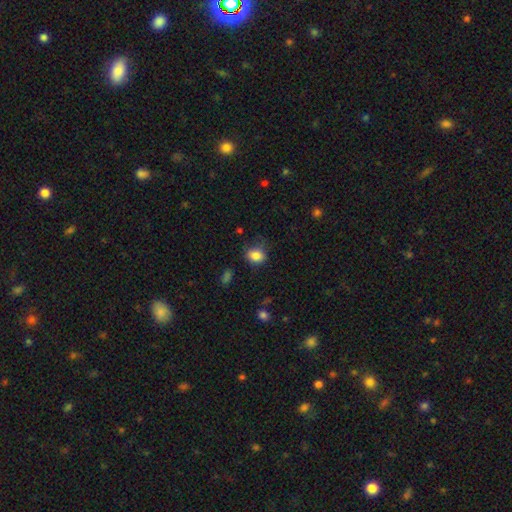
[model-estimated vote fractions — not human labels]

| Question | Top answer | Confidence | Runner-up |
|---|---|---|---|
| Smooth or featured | smooth | 84% | star or artifact (10%) |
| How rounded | in between | 52% | round (47%) |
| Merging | none | 68% | minor disturbance (24%) |